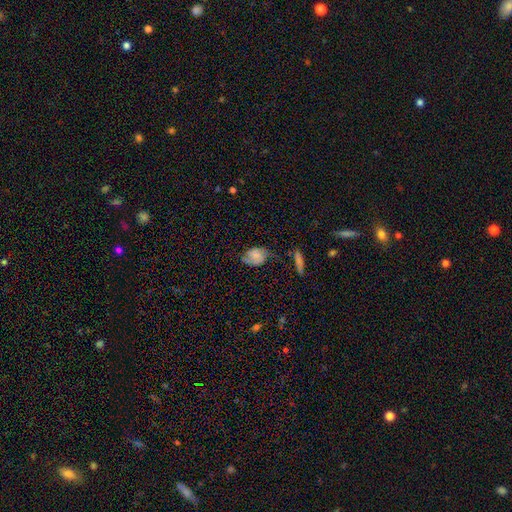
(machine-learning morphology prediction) type=featured or disk (50%); merging=none (55%).